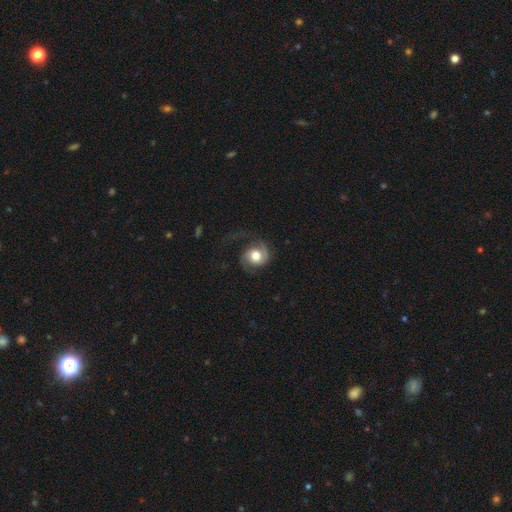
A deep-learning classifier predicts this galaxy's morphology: type=featured or disk (62%); edge-on=no (97%); bar=no (73%); spiral arms=yes (91%); winding=medium (40%); arm count=2 (59%); bulge=moderate (52%); merging=none (51%).